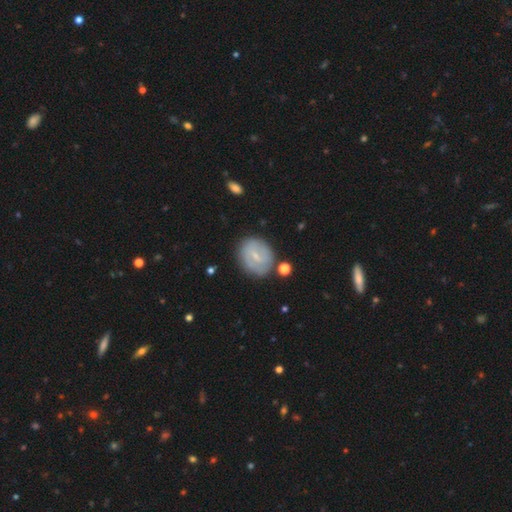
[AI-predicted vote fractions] Smooth or featured? featured or disk (51%)
Edge-on disk? no (96%)
Merging? none (77%)